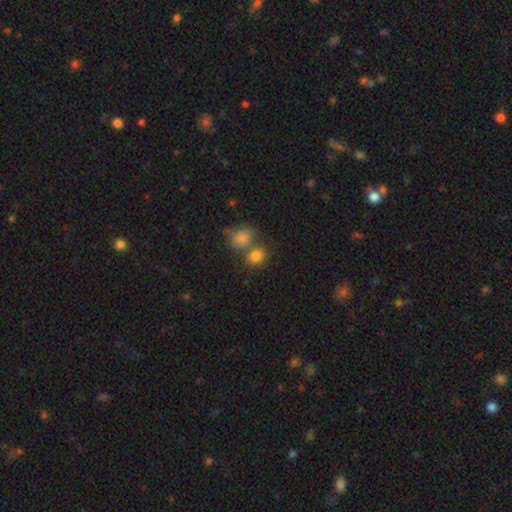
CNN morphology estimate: A smooth galaxy with no disk features (81%) that is round (64%).

Vote fractions:
- Smooth or featured? smooth: 81% / star or artifact: 11% / featured or disk: 8%
- How rounded? round: 64% / in between: 35% / cigar-shaped: 1%
- Merging? none: 46% / merger: 42% / minor disturbance: 9% / major disturbance: 3%